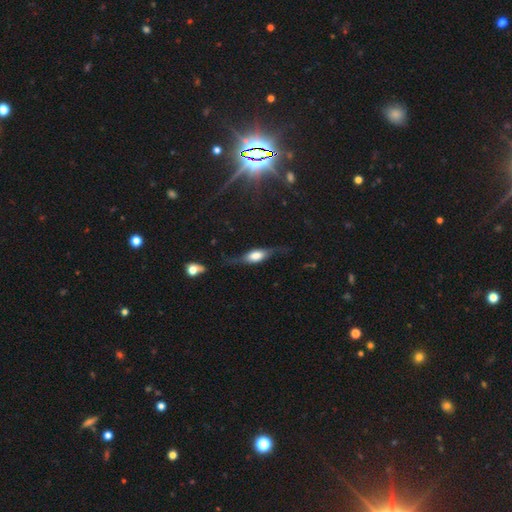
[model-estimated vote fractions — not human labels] Smooth or featured? featured or disk (55%)
Edge-on disk? yes (68%)
Merging? none (58%)